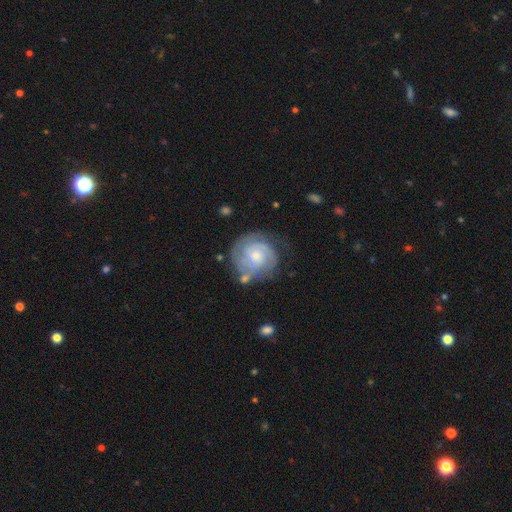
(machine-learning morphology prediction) Overall: featured or disk (79%). Edge-on disk: no (98%). Bar: no (70%). Spiral arms: yes (93%). Spiral arm count: 2 (35%; can't tell 31%). Spiral winding: tight (71%). Bulge size: small (55%; moderate 39%). Merging: none (66%).